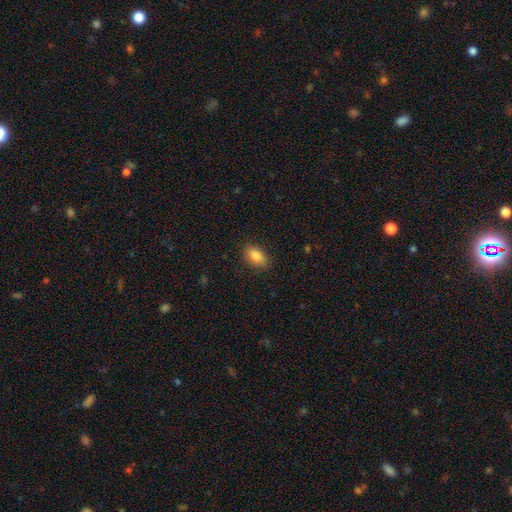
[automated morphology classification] Overall: smooth (84%). How rounded: in between (88%). Merging: none (86%).